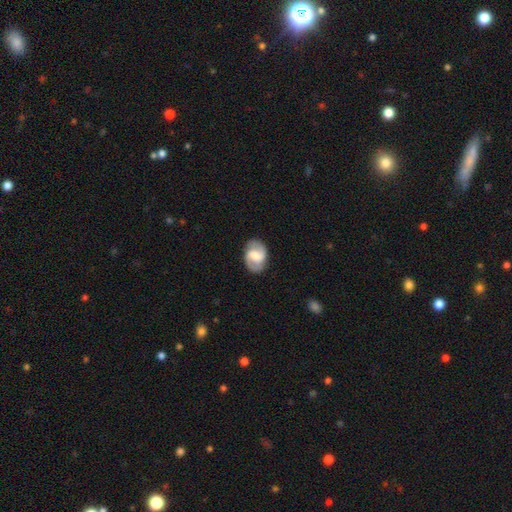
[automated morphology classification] This is likely a featured or disk galaxy (73%). It is clearly not viewed edge-on (97%). Bar: possibly weak (52%). Spiral arm pattern: clearly yes (91%). Spiral arm count: clearly 2 (91%). Spiral winding: possibly medium (50%). Central bulge: possibly moderate (52%). Merging: clearly none (85%).